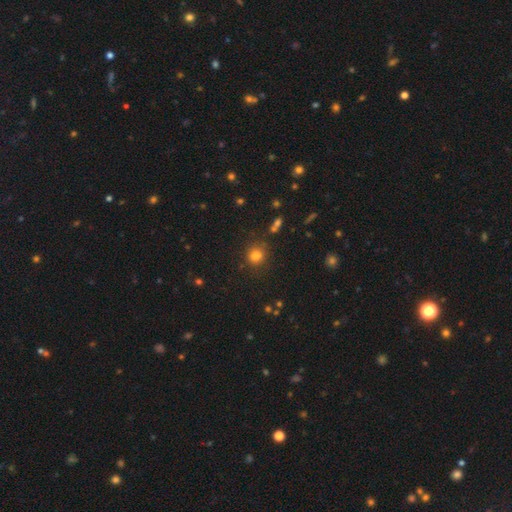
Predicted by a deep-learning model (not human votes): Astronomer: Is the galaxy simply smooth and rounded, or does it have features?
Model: smooth — 76%.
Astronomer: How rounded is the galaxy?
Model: round — 76%.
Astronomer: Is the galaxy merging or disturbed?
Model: none — 72%.